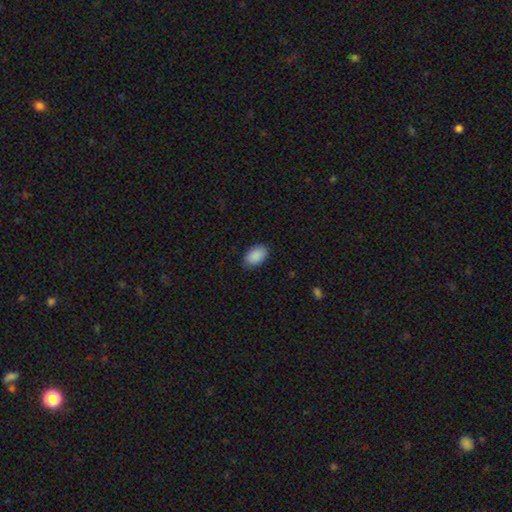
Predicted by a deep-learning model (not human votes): The model was most divided on "merging": none: 86%, minor disturbance: 10%, major disturbance: 2%, merger: 1%. More confident: how rounded — in between (91%); smooth or featured — smooth (90%).